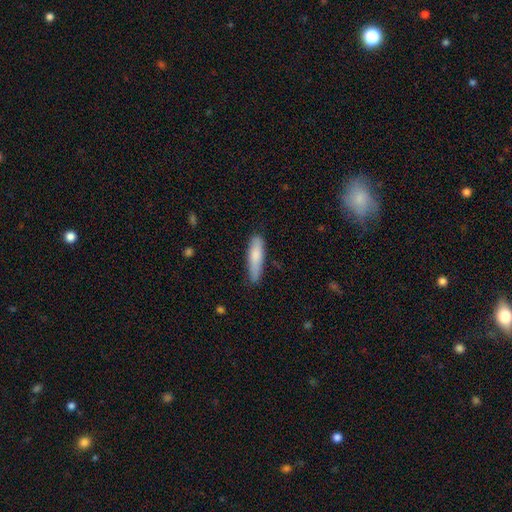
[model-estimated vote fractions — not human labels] Smooth or featured? Predicted: smooth (p=0.79). How rounded? Predicted: cigar-shaped (p=0.70). Merging? Predicted: none (p=0.76).